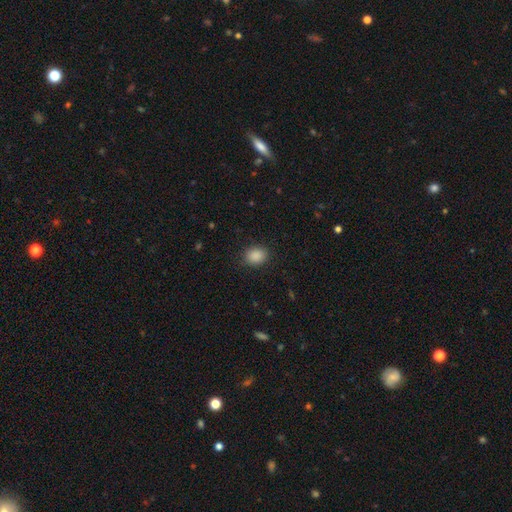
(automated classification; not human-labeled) Smooth or featured?
  - smooth: 88% *
  - star or artifact: 9%
  - featured or disk: 3%
How rounded?
  - in between: 55% *
  - round: 44%
  - cigar-shaped: 1%
Merging?
  - none: 87% *
  - minor disturbance: 9%
  - major disturbance: 3%
  - merger: 1%